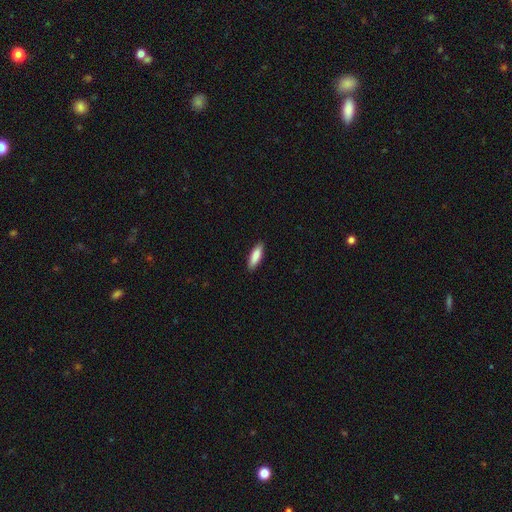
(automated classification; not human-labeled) Smooth or featured: smooth — 87% (featured or disk — 8%)
How rounded: in between — 52% (cigar-shaped — 47%)
Merging: none — 89% (minor disturbance — 8%)